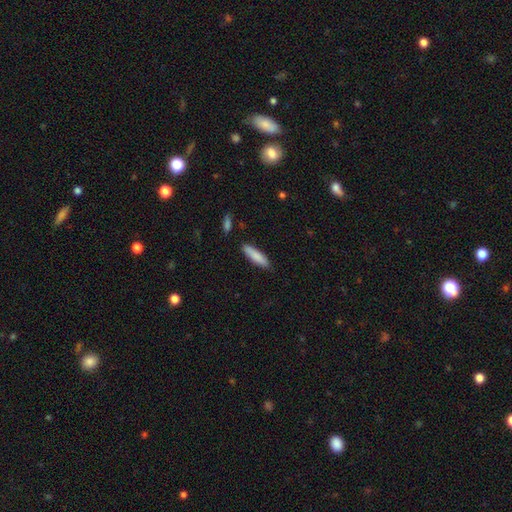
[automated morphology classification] Smooth or featured: smooth — 85% (featured or disk — 10%)
How rounded: cigar-shaped — 69% (in between — 29%)
Merging: none — 85% (minor disturbance — 11%)